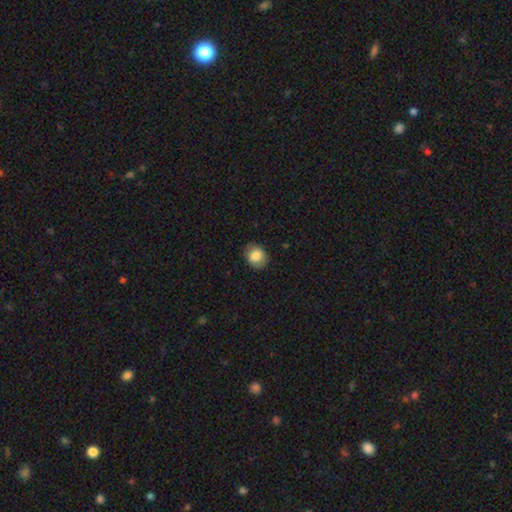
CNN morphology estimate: Smooth or featured? Predicted: smooth (p=0.83). How rounded? Predicted: round (p=0.62). Merging? Predicted: none (p=0.83).